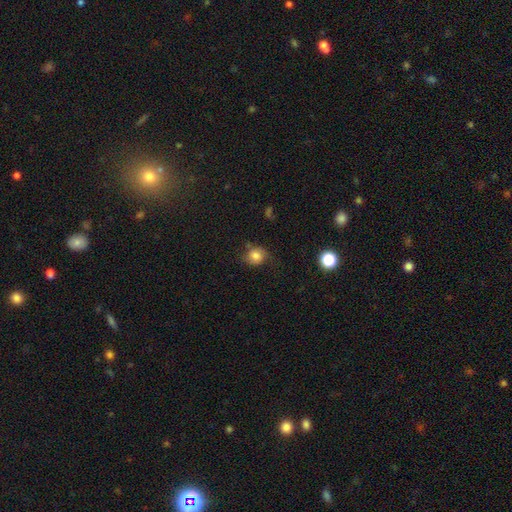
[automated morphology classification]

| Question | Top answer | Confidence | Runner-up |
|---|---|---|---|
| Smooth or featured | smooth | 74% | featured or disk (15%) |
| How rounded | round | 77% | in between (22%) |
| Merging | none | 62% | minor disturbance (25%) |